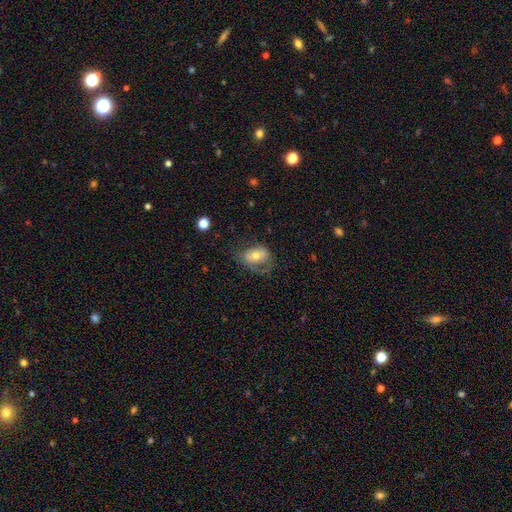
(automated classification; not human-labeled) Q: Smooth or featured?
A: smooth (49%); runner-up: featured or disk (43%)
Q: Merging?
A: none (41%); runner-up: major disturbance (31%)